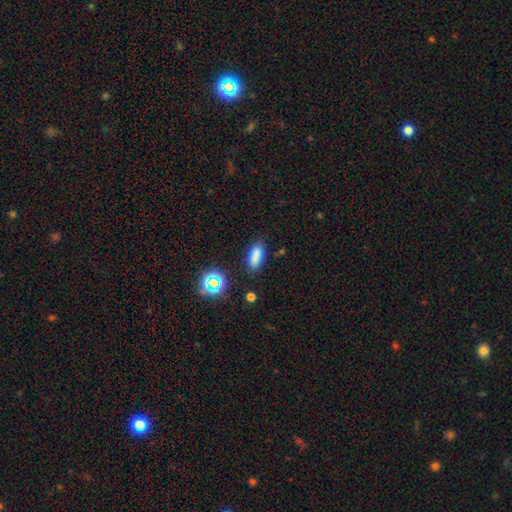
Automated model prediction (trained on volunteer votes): The model was most divided on "how rounded": in between: 75%, cigar-shaped: 21%, round: 5%. More confident: merging — none (81%); smooth or featured — smooth (79%).